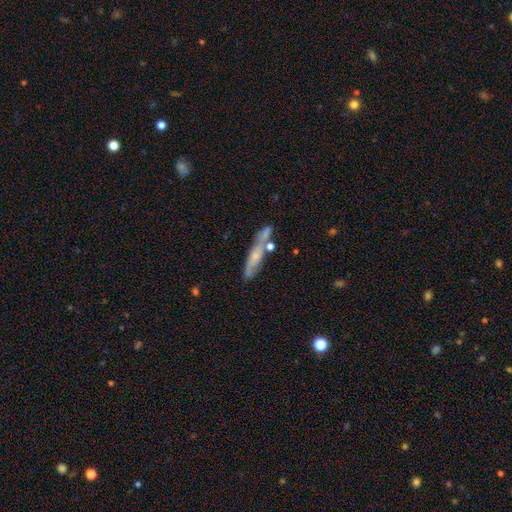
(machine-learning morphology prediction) A featured or disk galaxy (48%). Merging: none (59%).